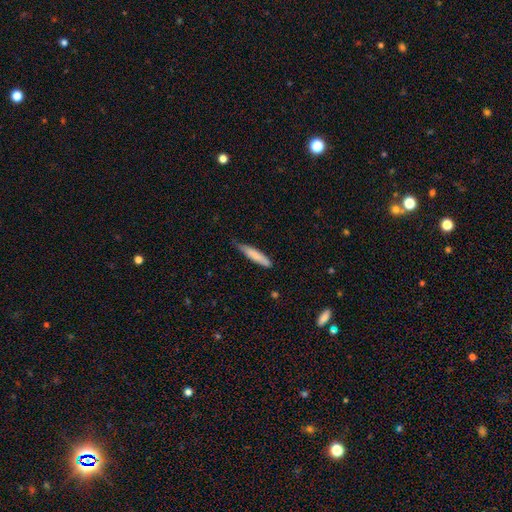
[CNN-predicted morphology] A smooth galaxy with no disk features (77%) that is cigar-shaped (88%). Merging: none (61%).